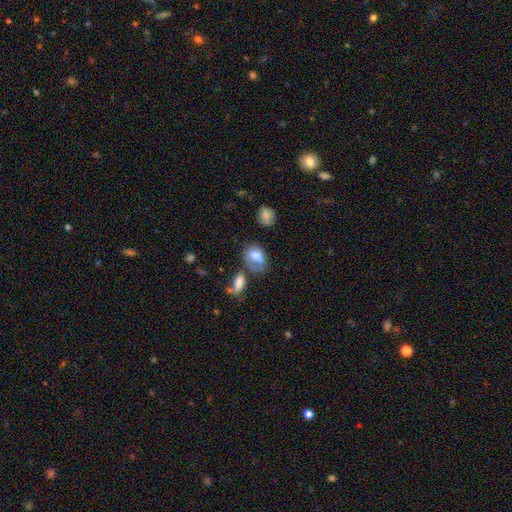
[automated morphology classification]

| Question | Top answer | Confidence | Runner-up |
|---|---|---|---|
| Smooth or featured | smooth | 72% | featured or disk (19%) |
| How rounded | in between | 81% | round (17%) |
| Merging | none | 36% | minor disturbance (28%) |